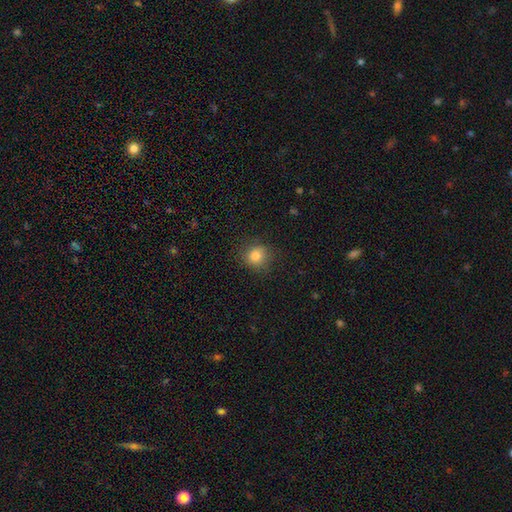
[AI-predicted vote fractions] Smooth or featured? Predicted: smooth (p=0.82). How rounded? Predicted: round (p=0.86). Merging? Predicted: none (p=0.85).